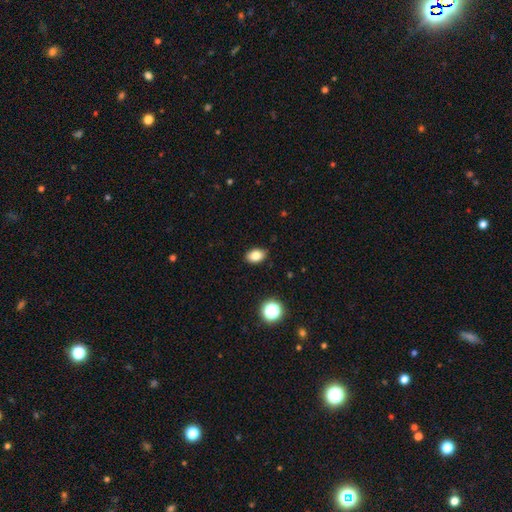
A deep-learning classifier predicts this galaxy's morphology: Smooth or featured? Predicted: smooth (p=0.81). How rounded? Predicted: in between (p=0.82). Merging? Predicted: none (p=0.88).